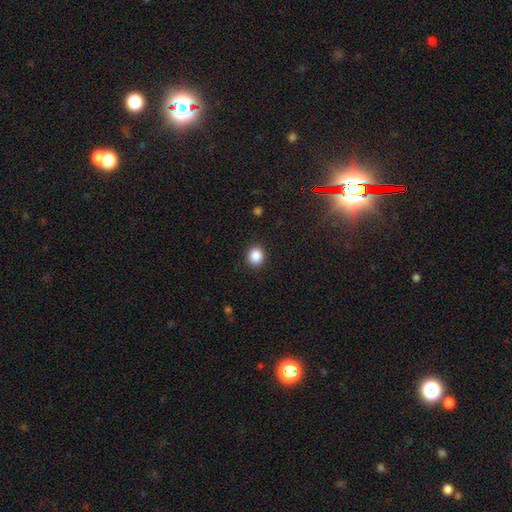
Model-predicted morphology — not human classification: Overall: smooth (87%). How rounded: round (85%). Merging: none (91%).